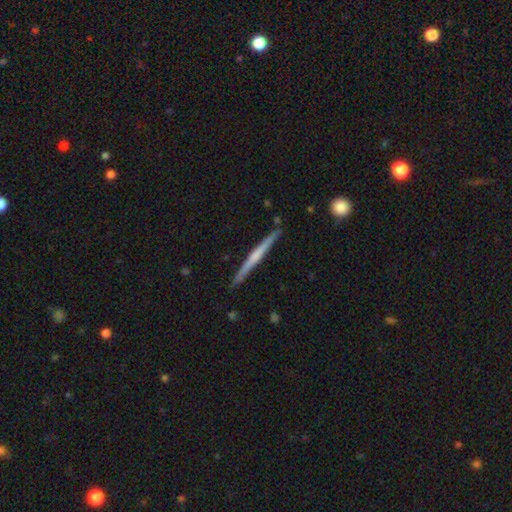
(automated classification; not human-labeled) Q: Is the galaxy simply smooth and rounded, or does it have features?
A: featured or disk — 61%.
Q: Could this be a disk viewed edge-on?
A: yes — 98%.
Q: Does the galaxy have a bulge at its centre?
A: none — 54%.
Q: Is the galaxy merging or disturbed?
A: none — 89%.